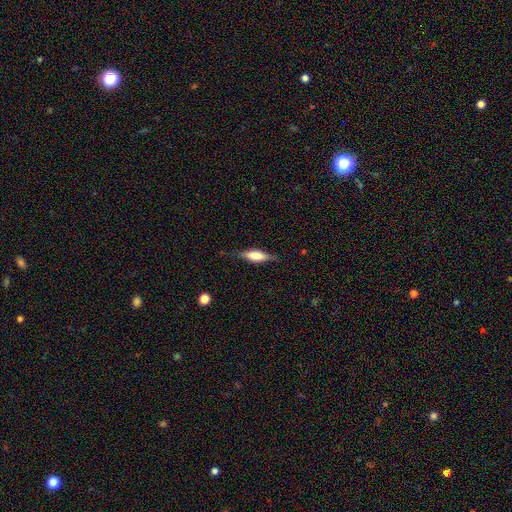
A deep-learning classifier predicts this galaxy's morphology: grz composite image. It shows a smooth galaxy with no disk features (48%). Merging: none (79%).